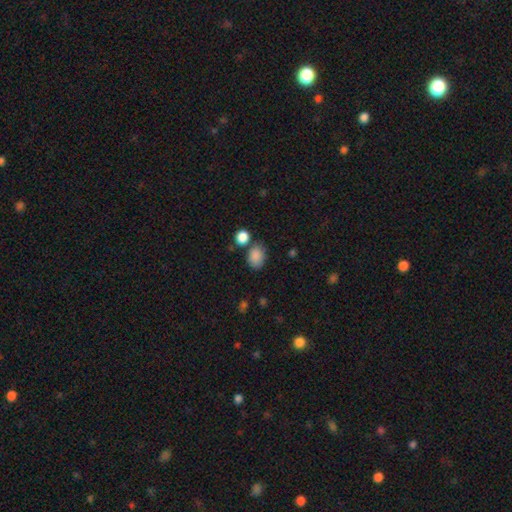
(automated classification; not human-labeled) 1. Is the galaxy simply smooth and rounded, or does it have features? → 87% smooth, 9% star or artifact, 4% featured or disk.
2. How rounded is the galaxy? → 70% in between, 29% round, 1% cigar-shaped.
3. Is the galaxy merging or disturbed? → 68% none, 16% minor disturbance, 11% merger, 5% major disturbance.